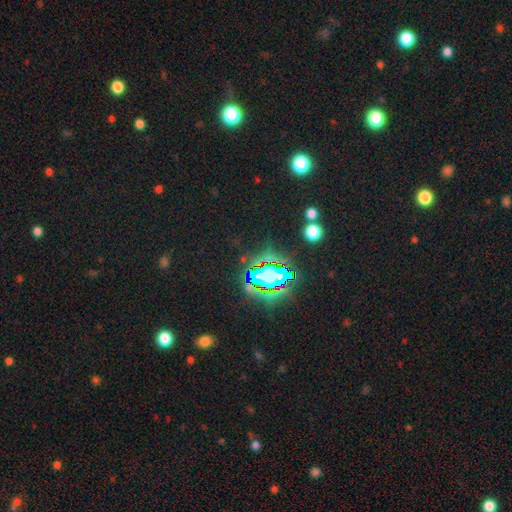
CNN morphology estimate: Smooth or featured: star or artifact — 83% (smooth — 10%)